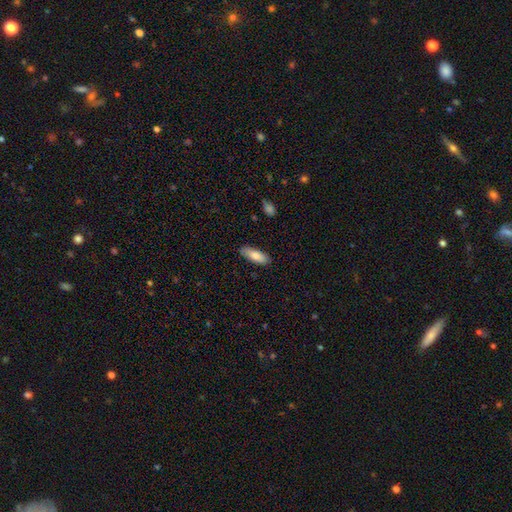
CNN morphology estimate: smooth-or-featured: smooth: 81% | featured or disk: 13% | star or artifact: 6%
  how-rounded: in between: 63% | cigar-shaped: 35% | round: 2%
  merging: none: 85% | minor disturbance: 11% | major disturbance: 2% | merger: 1%